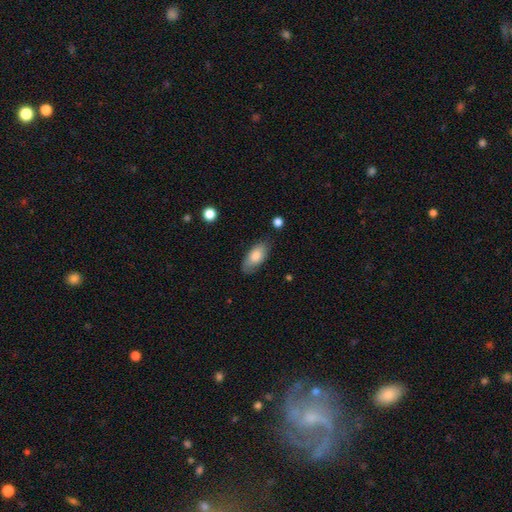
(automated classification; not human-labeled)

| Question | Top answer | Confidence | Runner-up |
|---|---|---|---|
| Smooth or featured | smooth | 79% | featured or disk (15%) |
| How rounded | in between | 91% | cigar-shaped (7%) |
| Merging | none | 76% | minor disturbance (18%) |